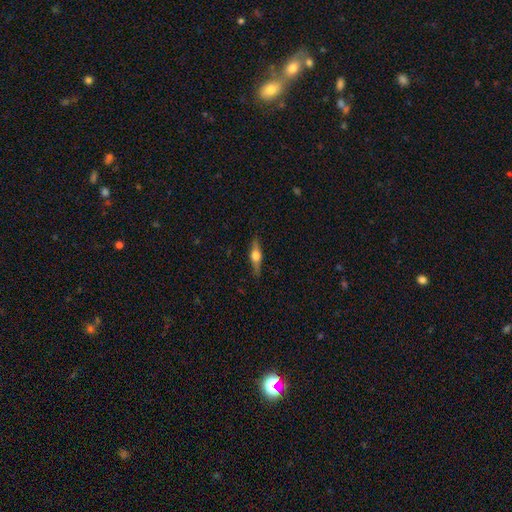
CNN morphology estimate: The model was most divided on "smooth or featured": featured or disk: 65%, smooth: 29%, star or artifact: 6%. More confident: edge-on disk — yes (96%); edge-on bulge — rounded (94%); merging — none (87%).